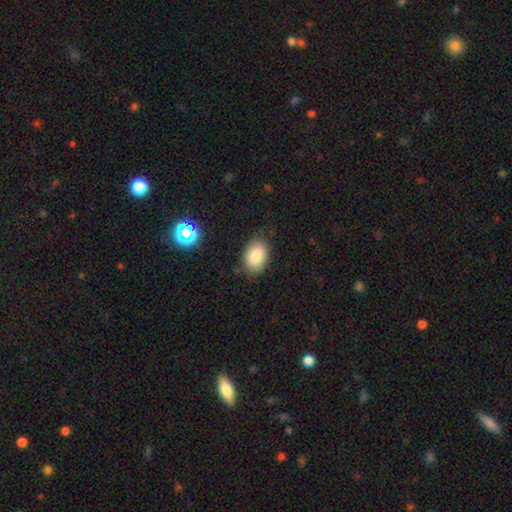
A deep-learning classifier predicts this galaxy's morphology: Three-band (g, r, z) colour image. It shows a smooth galaxy with no disk features (84%) that is in between round and cigar-shaped (87%). Merging: none (79%).